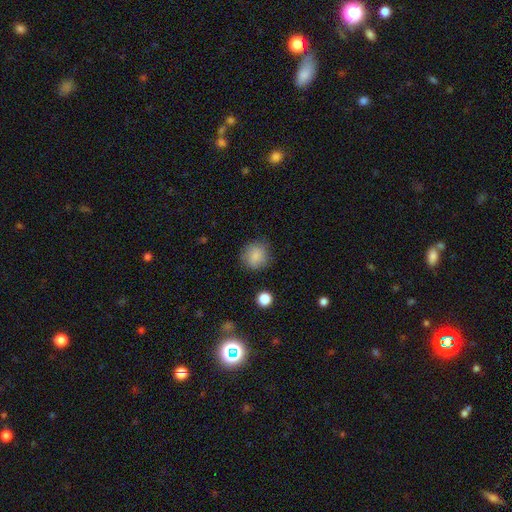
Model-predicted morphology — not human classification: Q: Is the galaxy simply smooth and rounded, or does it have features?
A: smooth — 84%.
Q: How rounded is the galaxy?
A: round — 88%.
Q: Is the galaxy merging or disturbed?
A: none — 82%.